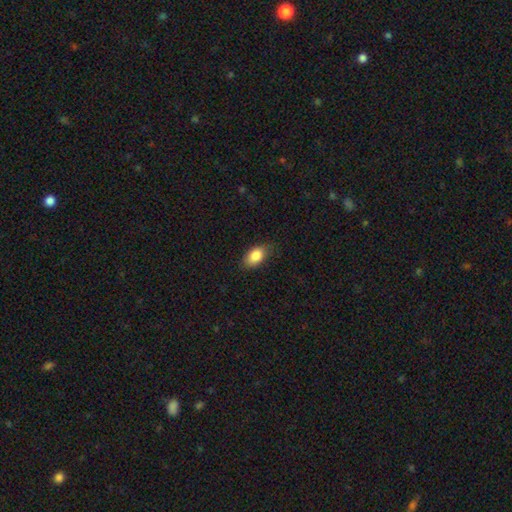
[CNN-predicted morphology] Smooth or featured: smooth — 86% (star or artifact — 7%)
How rounded: in between — 91% (round — 7%)
Merging: none — 80% (minor disturbance — 16%)